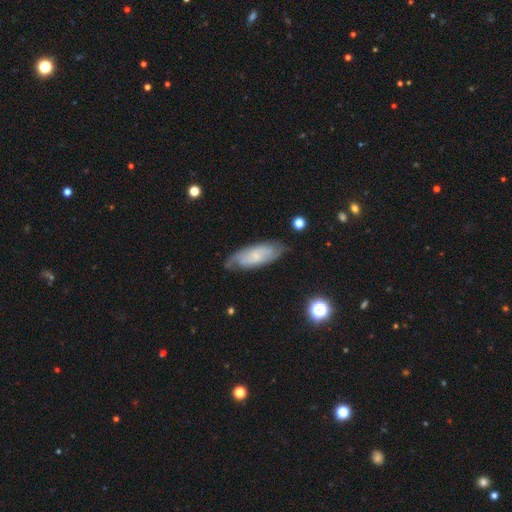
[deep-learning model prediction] Morphology: type=featured or disk (55%); edge-on=no (83%); merging=none (69%).